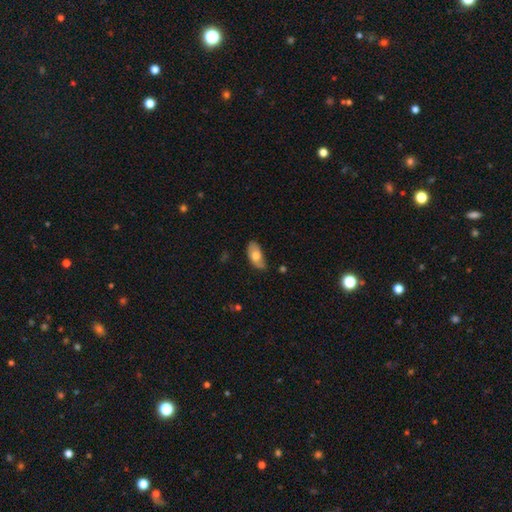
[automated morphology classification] Smooth or featured? Predicted: smooth (p=0.67). How rounded? Predicted: in between (p=0.92). Merging? Predicted: none (p=0.60).